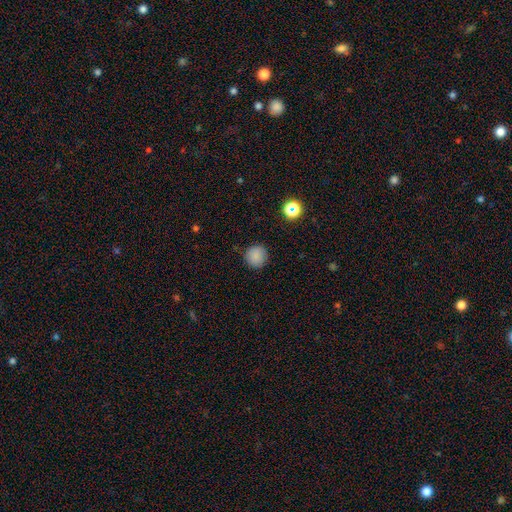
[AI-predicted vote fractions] Smooth or featured? smooth (84%)
How rounded? round (93%)
Merging? none (87%)